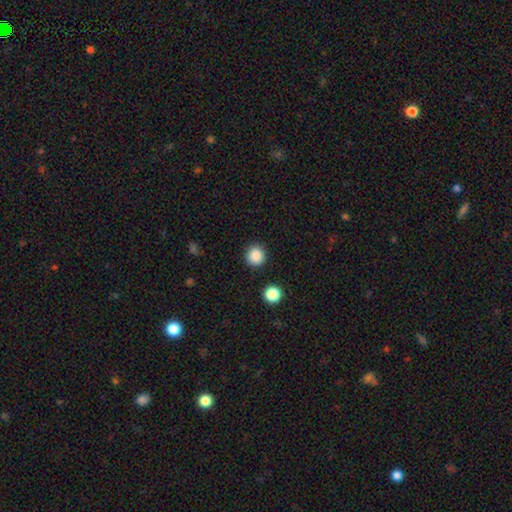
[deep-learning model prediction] smooth-or-featured: smooth: 87% | star or artifact: 10% | featured or disk: 3%
  how-rounded: round: 92% | in between: 7% | cigar-shaped: 1%
  merging: none: 90% | minor disturbance: 6% | major disturbance: 2% | merger: 2%